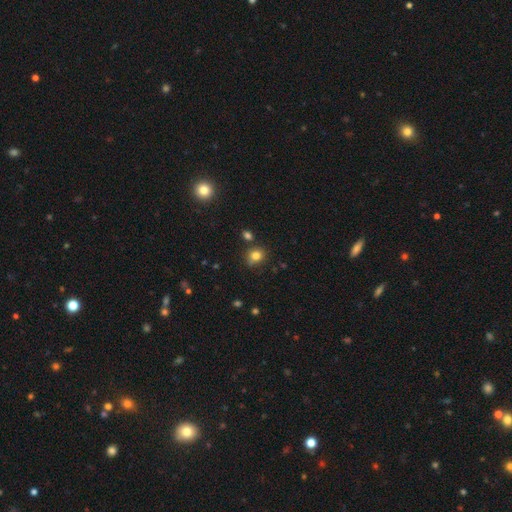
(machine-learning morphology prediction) Smooth or featured? smooth (81%)
How rounded? round (64%)
Merging? none (75%)